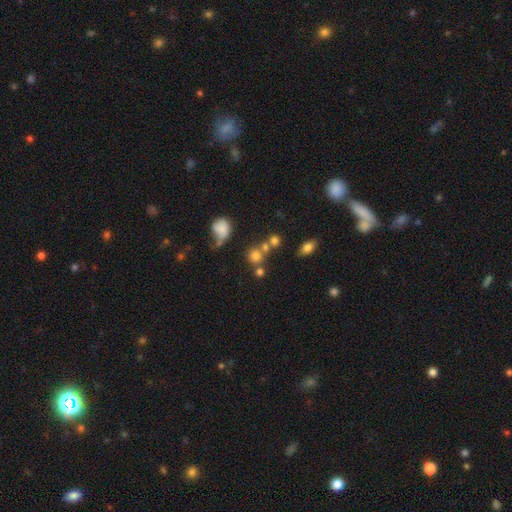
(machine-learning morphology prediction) This is likely a smooth galaxy (73%). How rounded: clearly round (86%). Merging: possibly none (54%).